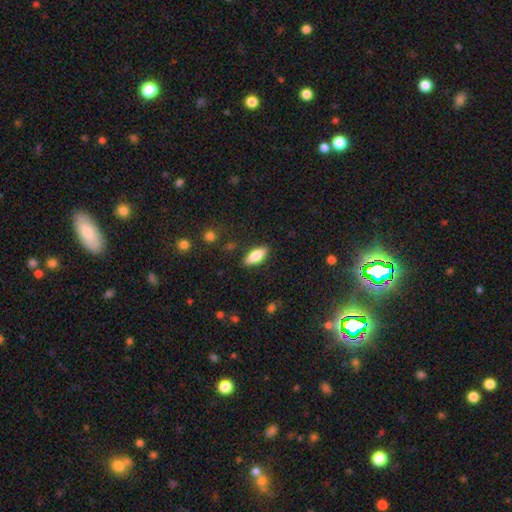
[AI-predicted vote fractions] Overall: smooth (72%). How rounded: in between (74%). Merging: none (86%).